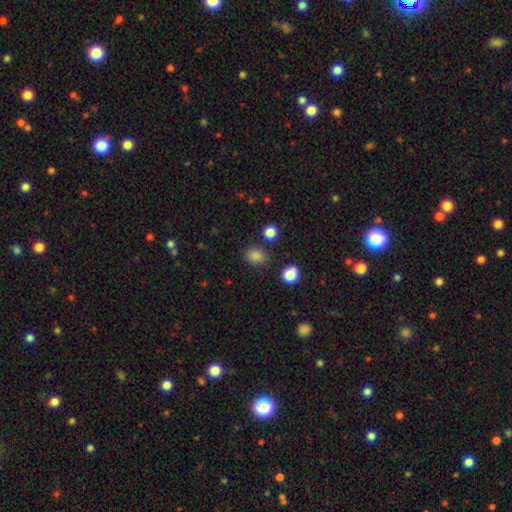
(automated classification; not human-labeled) This is clearly a smooth galaxy (82%). How rounded: likely round (66%). Merging: clearly none (83%).